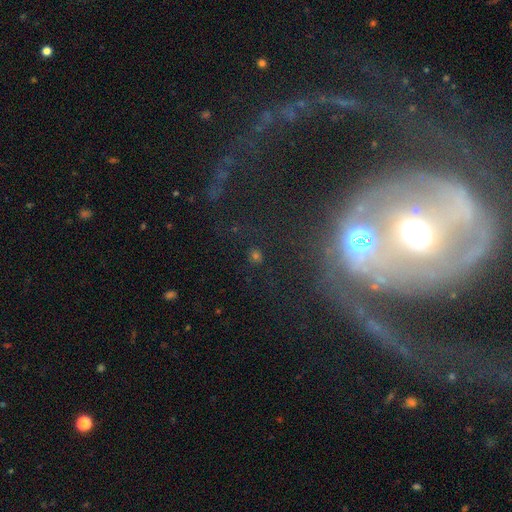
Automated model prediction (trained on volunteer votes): A star or artifact, not a galaxy (51%).

Vote fractions:
- Smooth or featured? star or artifact: 51% / smooth: 33% / featured or disk: 16%